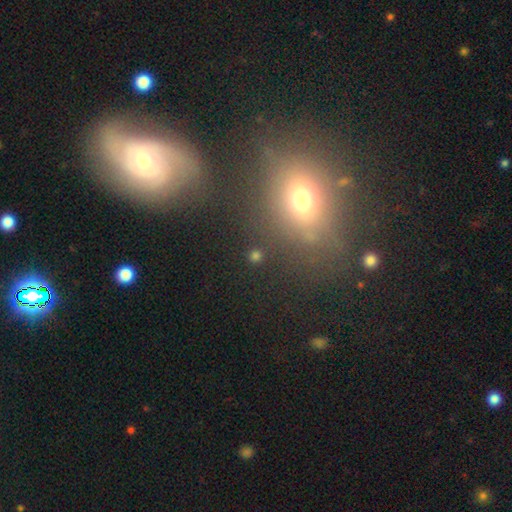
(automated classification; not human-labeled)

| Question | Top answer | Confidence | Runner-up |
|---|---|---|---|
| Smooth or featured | smooth | 64% | star or artifact (27%) |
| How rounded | round | 85% | in between (13%) |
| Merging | none | 84% | minor disturbance (7%) |